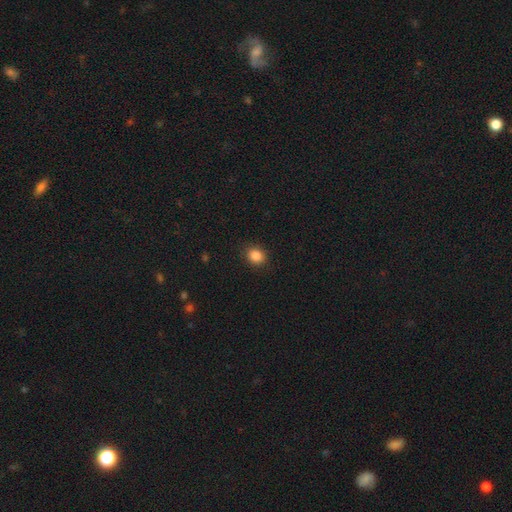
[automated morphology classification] Smooth or featured? Predicted: smooth (p=0.86). How rounded? Predicted: round (p=0.72). Merging? Predicted: none (p=0.90).